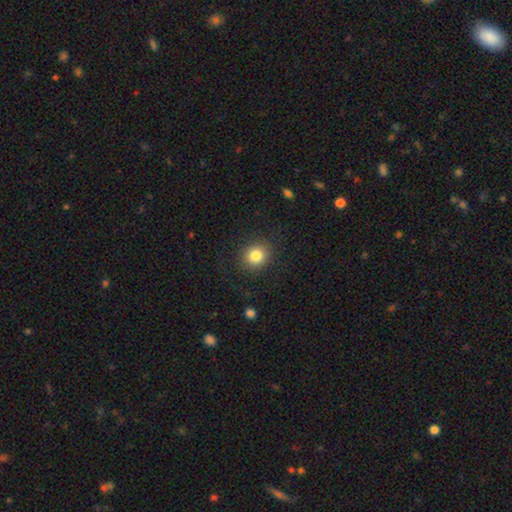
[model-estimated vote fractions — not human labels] Overall: smooth (83%). How rounded: round (81%). Merging: none (88%).